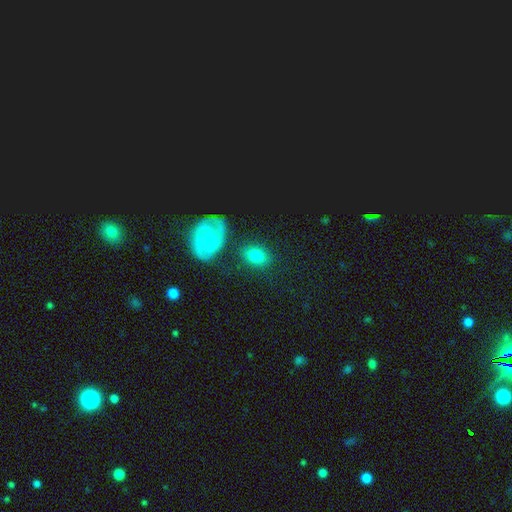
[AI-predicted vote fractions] Smooth or featured? smooth (69%)
How rounded? in between (72%)
Merging? none (76%)